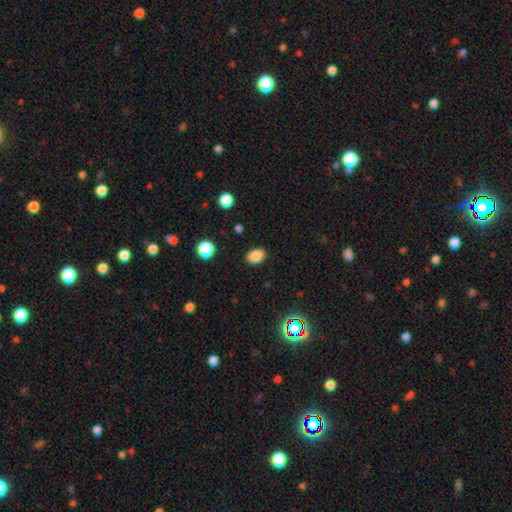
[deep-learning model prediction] This appears to be a smooth galaxy with no disk features (86%) that is in between round and cigar-shaped (75%). Merging: none (87%).